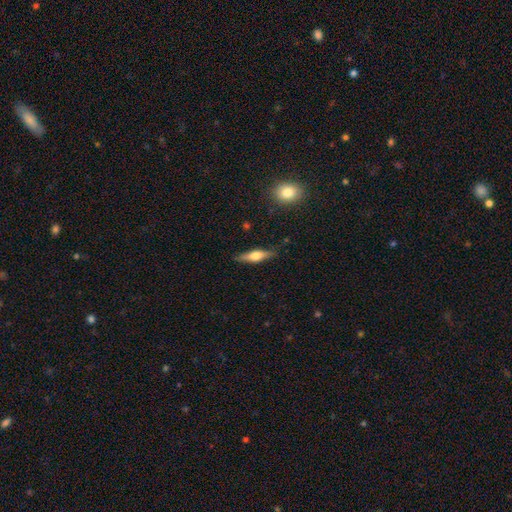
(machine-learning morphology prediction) The model was most divided on "smooth or featured" (2-way tie): smooth: 47%, featured or disk: 47%, star or artifact: 6%. More confident: merging — none (84%).